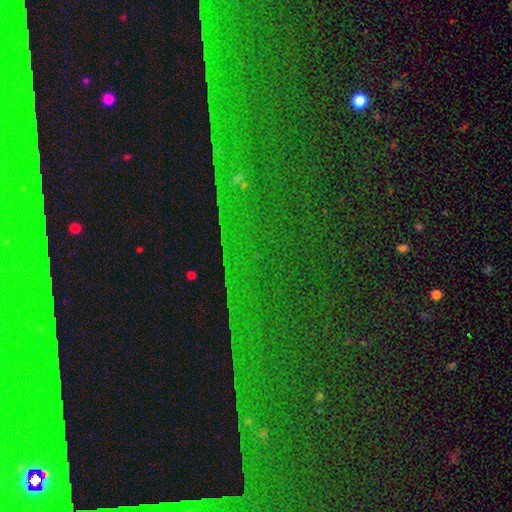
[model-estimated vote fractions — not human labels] smooth_or_featured: star or artifact (p=0.84) [alt: featured or disk p=0.08]